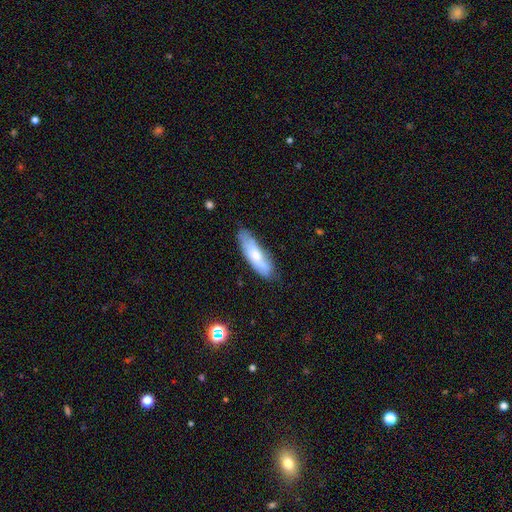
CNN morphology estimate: smooth-or-featured: smooth: 63% | featured or disk: 30% | star or artifact: 7%
  how-rounded: in between: 49% (tied) | cigar-shaped: 49% (tied) | round: 2%
  merging: none: 66% | minor disturbance: 25% | major disturbance: 6% | merger: 3%